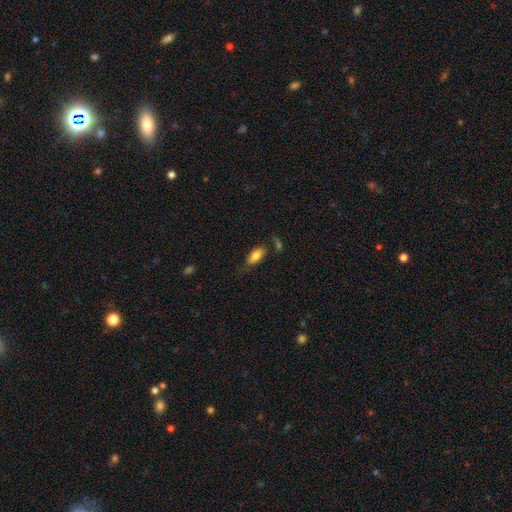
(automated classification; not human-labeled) smooth 77%, featured or disk 16%, star or artifact 7%. Down the decision tree: how rounded — in between (87%); merging — none (67%).